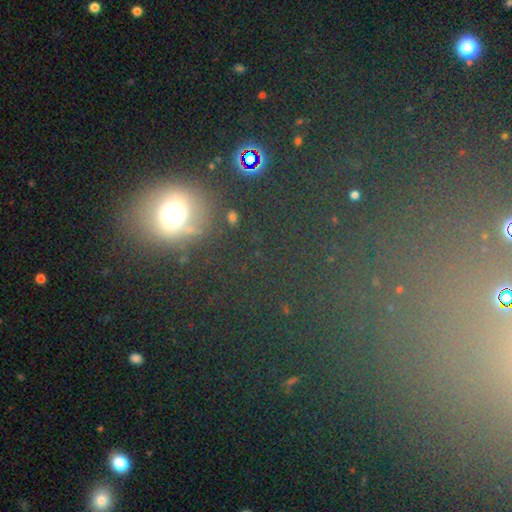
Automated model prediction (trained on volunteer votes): smooth_or_featured: smooth (p=0.59) [alt: star or artifact p=0.28]
how_rounded: round (p=0.54) [alt: in between p=0.43]
merging: none (p=0.83) [alt: minor disturbance p=0.09]